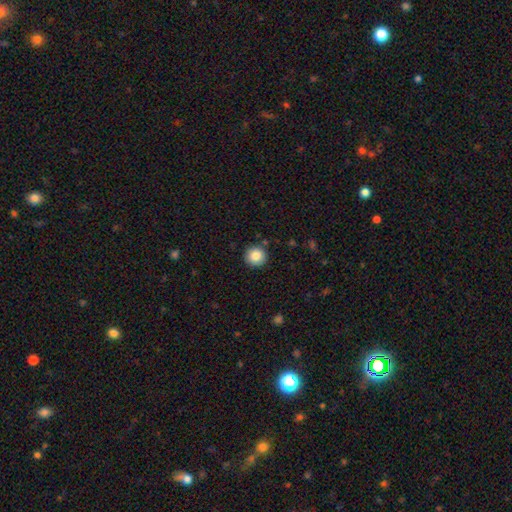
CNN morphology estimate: Smooth or featured?
  - smooth: 86% *
  - star or artifact: 9%
  - featured or disk: 5%
How rounded?
  - round: 94% *
  - in between: 5%
  - cigar-shaped: 1%
Merging?
  - none: 90% *
  - minor disturbance: 7%
  - major disturbance: 2%
  - merger: 2%